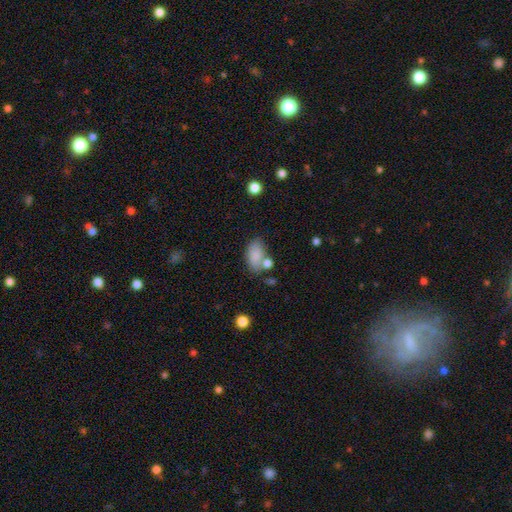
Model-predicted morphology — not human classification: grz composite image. It shows a smooth galaxy with no disk features (82%) that is in between round and cigar-shaped (90%). Merging: none (57%).